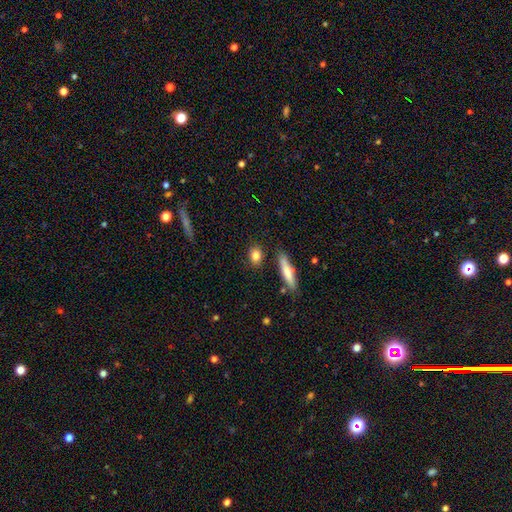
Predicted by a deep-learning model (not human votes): Smooth or featured? smooth (82%)
How rounded? in between (49%)
Merging? none (83%)